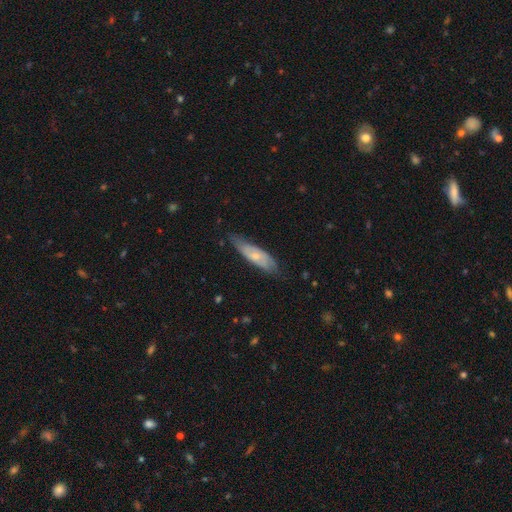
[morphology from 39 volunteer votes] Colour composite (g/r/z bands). It shows a smooth galaxy with no disk features (59%) that is in between round and cigar-shaped (57%). Merging: none (78%).